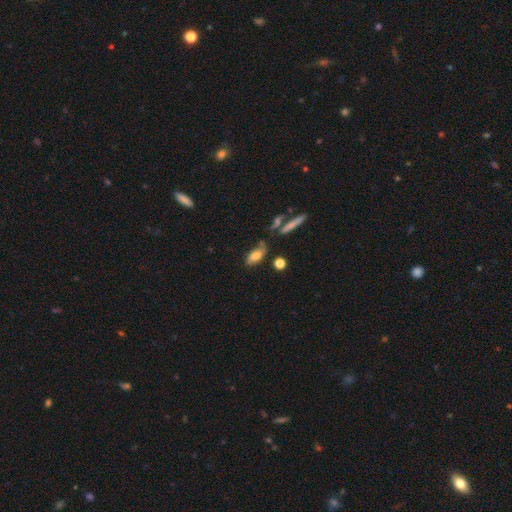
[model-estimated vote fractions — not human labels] Smooth or featured: smooth — 66% (featured or disk — 26%)
How rounded: in between — 81% (cigar-shaped — 15%)
Merging: none — 49% (minor disturbance — 28%)